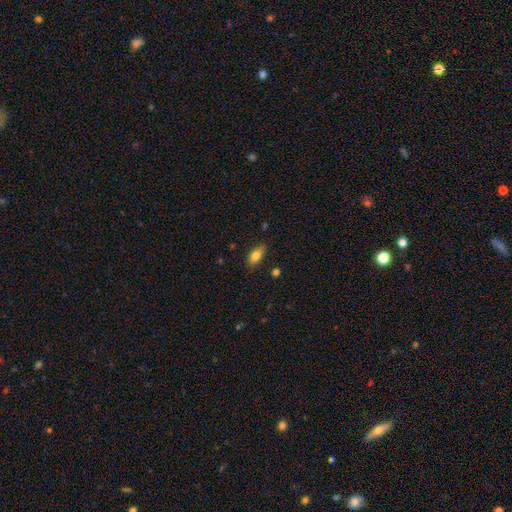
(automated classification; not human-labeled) This appears to be a smooth galaxy with no disk features (79%) that is in between round and cigar-shaped (85%). Merging: none (76%).